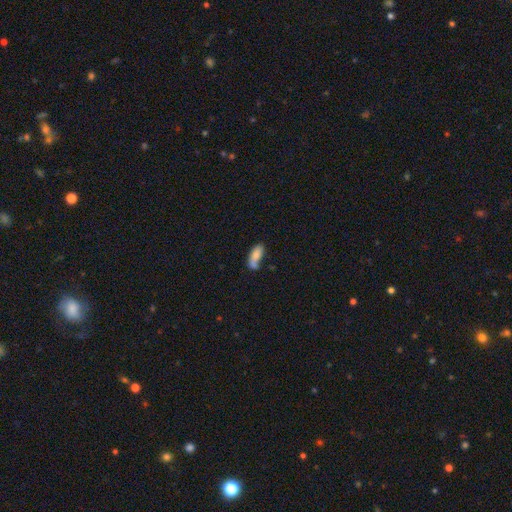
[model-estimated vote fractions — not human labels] The model was most divided on "merging": none: 38%, merger: 33%, minor disturbance: 19%, major disturbance: 10%. More confident: smooth or featured — smooth (78%); how rounded — in between (77%).